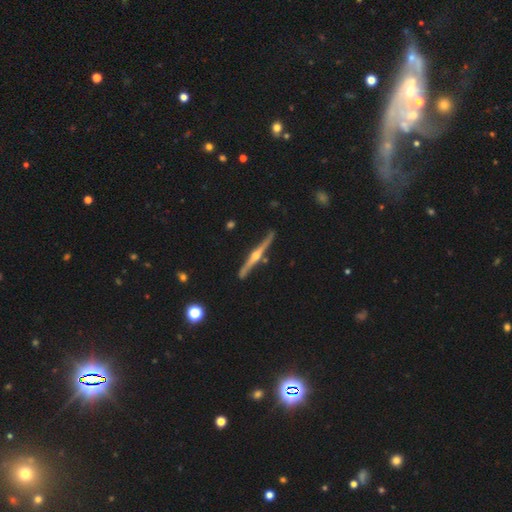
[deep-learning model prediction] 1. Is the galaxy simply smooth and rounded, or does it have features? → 86% featured or disk, 10% smooth, 5% star or artifact.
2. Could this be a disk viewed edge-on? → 98% yes, 2% no.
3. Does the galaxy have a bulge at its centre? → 93% rounded, 4% none, 3% boxy.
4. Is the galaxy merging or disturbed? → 86% none, 10% minor disturbance, 2% merger, 2% major disturbance.